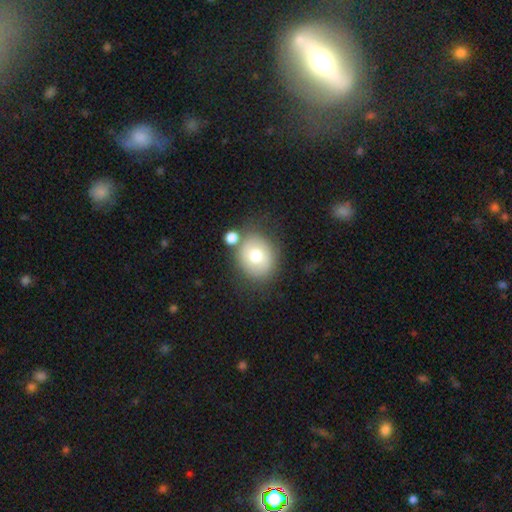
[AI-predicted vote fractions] A smooth galaxy with no disk features (71%) that is round (63%).

Vote fractions:
- Smooth or featured? smooth: 71% / featured or disk: 20% / star or artifact: 9%
- How rounded? round: 63% / in between: 36% / cigar-shaped: 1%
- Merging? none: 68% / minor disturbance: 14% / merger: 13% / major disturbance: 5%